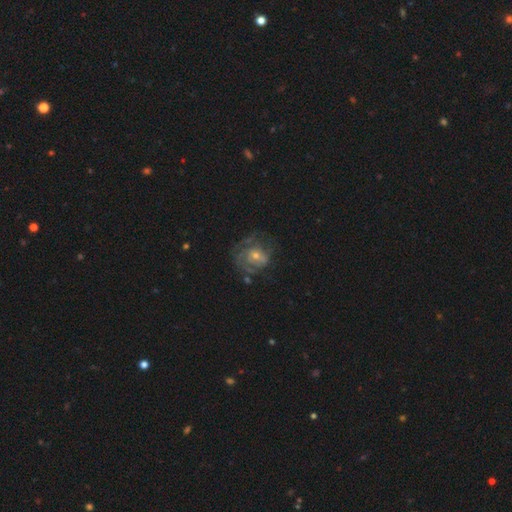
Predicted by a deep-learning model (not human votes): Smooth or featured? featured or disk (69%)
Edge-on disk? no (98%)
Bar? no (76%)
Spiral arms? yes (76%)
Spiral winding? tight (53%)
Spiral arm count? can't tell (48%)
Bulge size? small (54%)
Merging? none (52%)